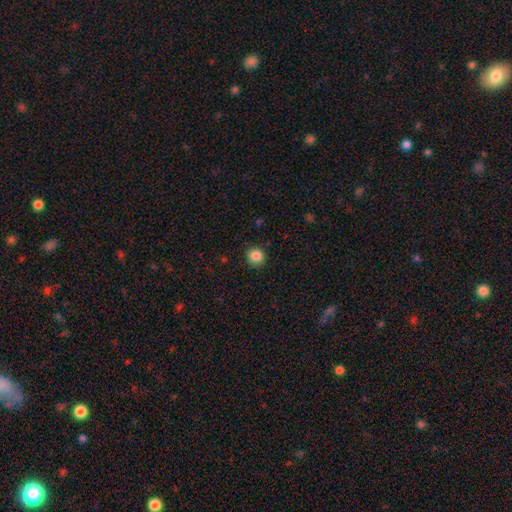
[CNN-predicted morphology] Smooth or featured? Predicted: smooth (p=0.85). How rounded? Predicted: round (p=0.93). Merging? Predicted: none (p=0.91).